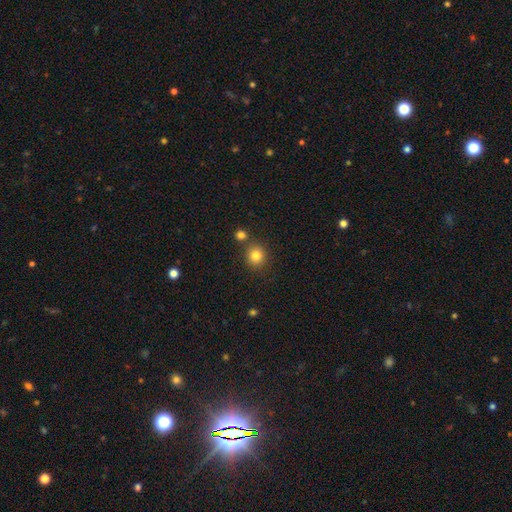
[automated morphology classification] Smooth or featured? Predicted: smooth (p=0.82). How rounded? Predicted: round (p=0.85). Merging? Predicted: none (p=0.76).